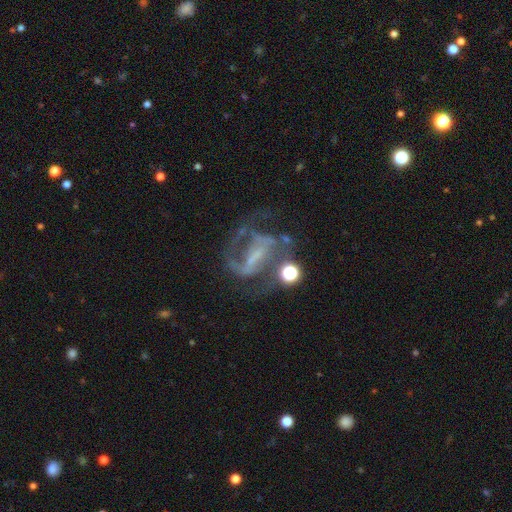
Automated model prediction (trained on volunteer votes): This appears to be a featured or disk galaxy (79%) with a strong bar (48%), 2 (69%) medium (50%) spiral arms (82%) and no central bulge (44%). Merging: none (46%).